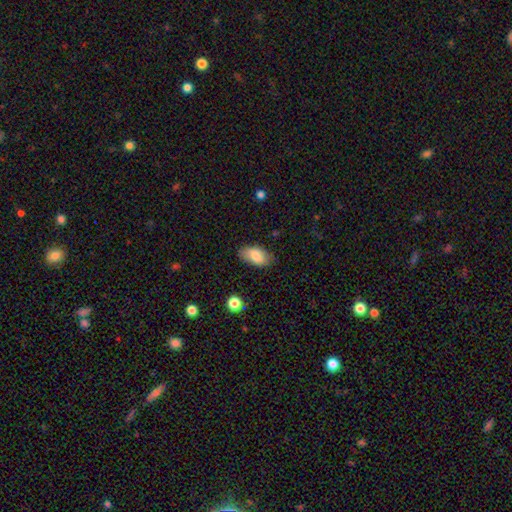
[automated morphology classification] This appears to be a smooth galaxy with no disk features (80%) that is in between round and cigar-shaped (93%). Merging: none (80%).